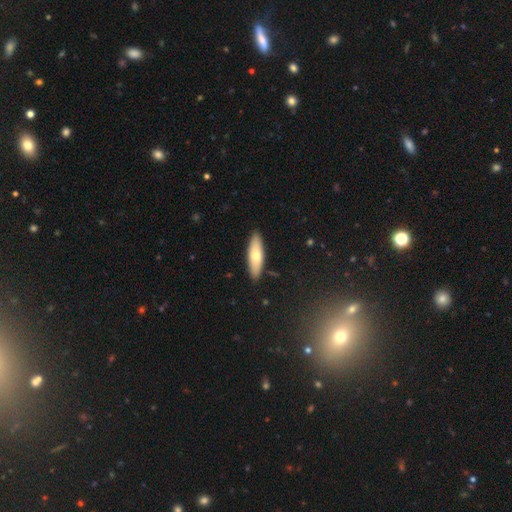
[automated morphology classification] Smooth or featured: smooth — 68% (featured or disk — 27%)
How rounded: cigar-shaped — 50% (in between — 48%)
Merging: none — 89% (minor disturbance — 8%)